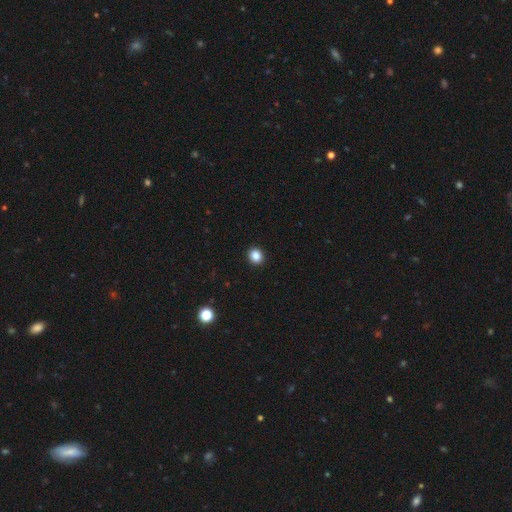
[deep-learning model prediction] The model was most divided on "how rounded": round: 86%, in between: 13%, cigar-shaped: 1%. More confident: merging — none (93%); smooth or featured — smooth (86%).